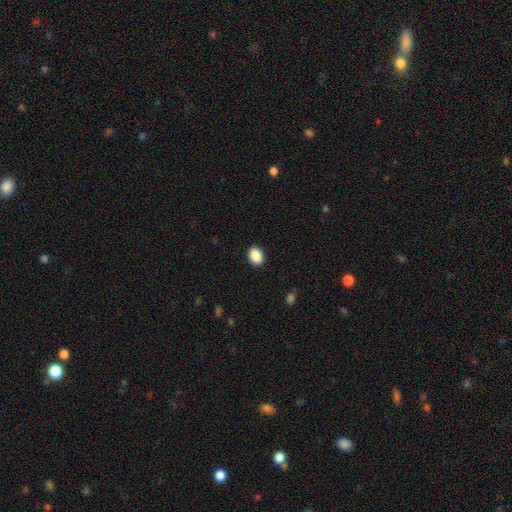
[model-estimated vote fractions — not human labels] smooth_or_featured: smooth (p=0.90) [alt: star or artifact p=0.07]
how_rounded: in between (p=0.77) [alt: round p=0.22]
merging: none (p=0.90) [alt: minor disturbance p=0.07]